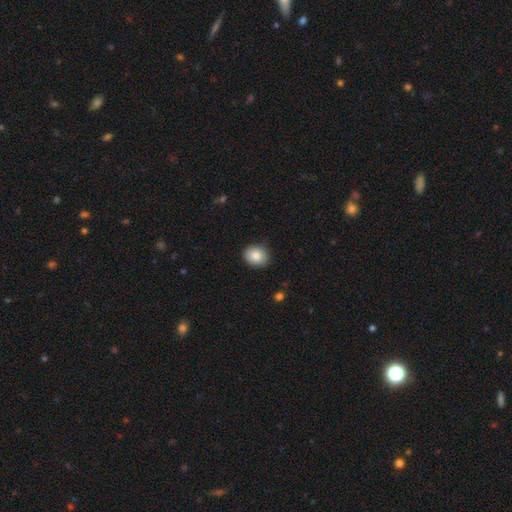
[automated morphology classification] smooth 84%, star or artifact 8%, featured or disk 7%. Down the decision tree: how rounded — round (64%); merging — none (87%).